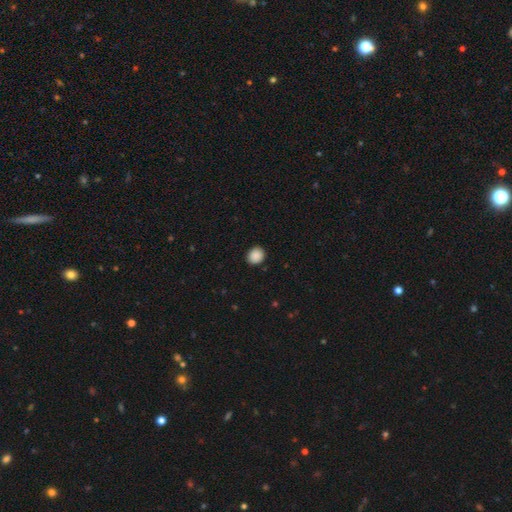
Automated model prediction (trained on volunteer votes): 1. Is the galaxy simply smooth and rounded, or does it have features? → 89% smooth, 8% star or artifact, 3% featured or disk.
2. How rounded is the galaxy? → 71% round, 28% in between, 1% cigar-shaped.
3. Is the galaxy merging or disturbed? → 89% none, 8% minor disturbance, 2% major disturbance, 1% merger.